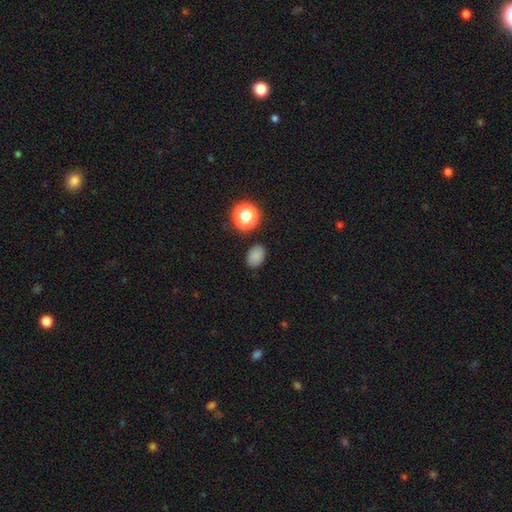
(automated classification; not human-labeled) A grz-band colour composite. It shows a smooth galaxy with no disk features (82%) that is in between round and cigar-shaped (73%). Merging: none (86%).